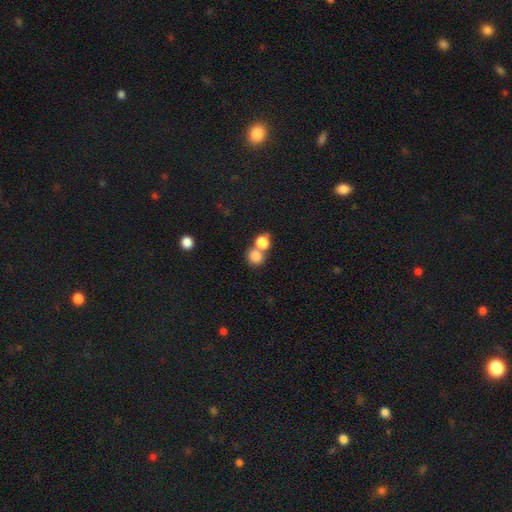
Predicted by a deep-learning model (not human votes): Smooth or featured: smooth — 81% (star or artifact — 11%)
How rounded: round — 78% (in between — 21%)
Merging: merger — 50% (none — 40%)